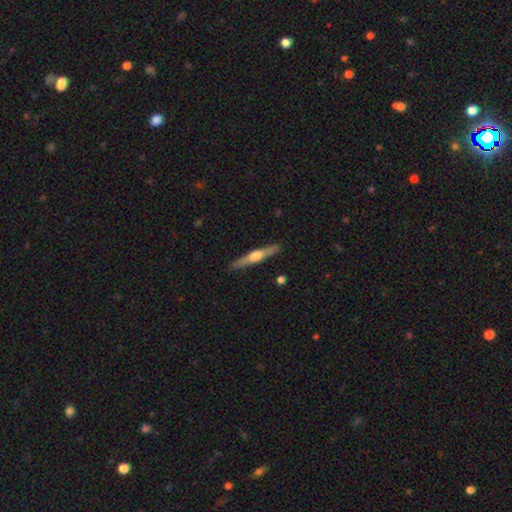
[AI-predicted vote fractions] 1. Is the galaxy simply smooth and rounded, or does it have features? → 68% featured or disk, 27% smooth, 5% star or artifact.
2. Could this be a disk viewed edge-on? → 97% yes, 3% no.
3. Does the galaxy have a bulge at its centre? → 87% rounded, 8% boxy, 4% none.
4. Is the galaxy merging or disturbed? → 90% none, 7% minor disturbance, 2% major disturbance, 1% merger.